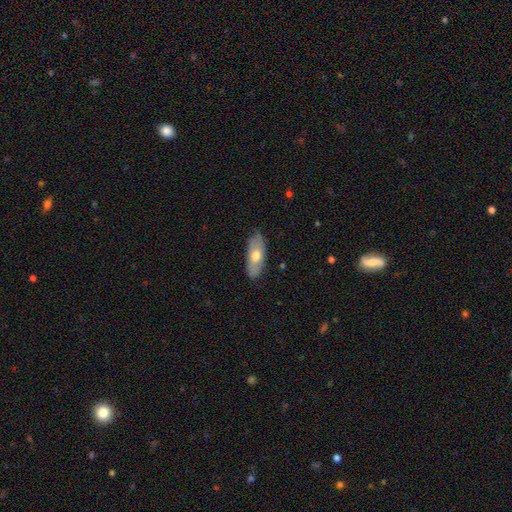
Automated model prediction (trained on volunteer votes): Smooth or featured? Predicted: smooth (p=0.58). How rounded? Predicted: in between (p=0.82). Merging? Predicted: none (p=0.84).